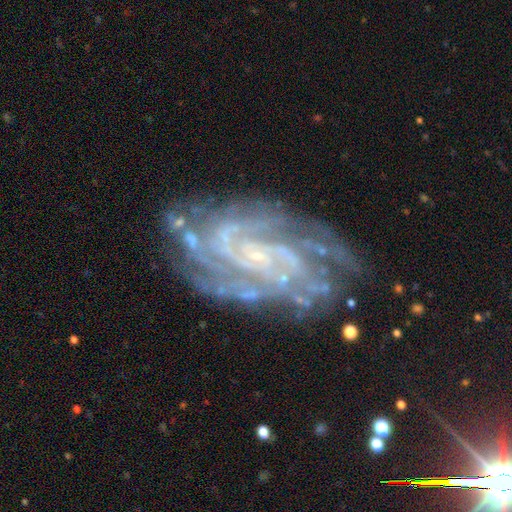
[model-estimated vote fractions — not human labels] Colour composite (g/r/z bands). It shows a featured or disk galaxy (89%) with no bar (50%), 4 (22%) tight (66%) spiral arms (98%) and a small central bulge (74%). Merging: none (74%).